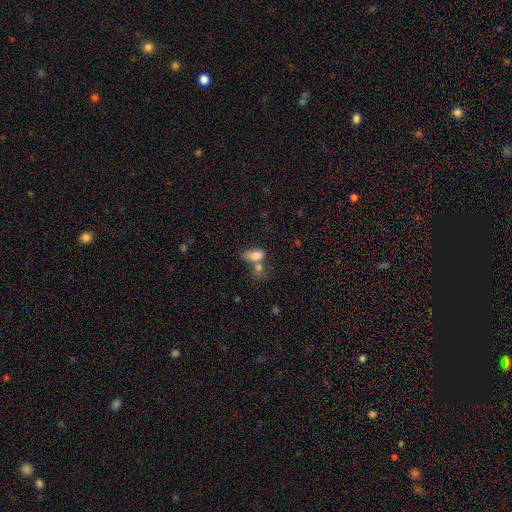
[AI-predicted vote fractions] smooth_or_featured: smooth (p=0.80) [alt: featured or disk p=0.11]
how_rounded: in between (p=0.88) [alt: round p=0.09]
merging: merger (p=0.49) [alt: none p=0.28]